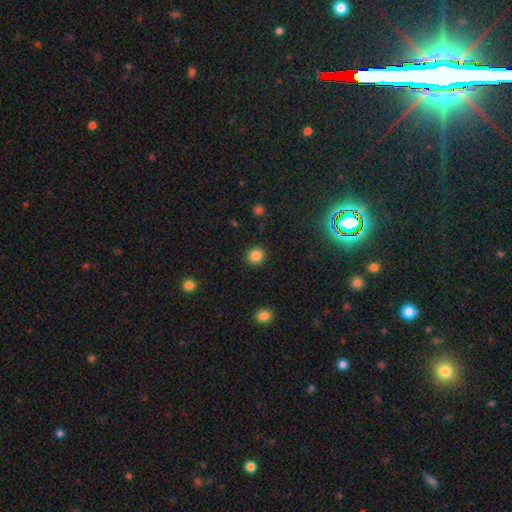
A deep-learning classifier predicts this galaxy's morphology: Smooth or featured? smooth (85%)
How rounded? round (85%)
Merging? none (91%)